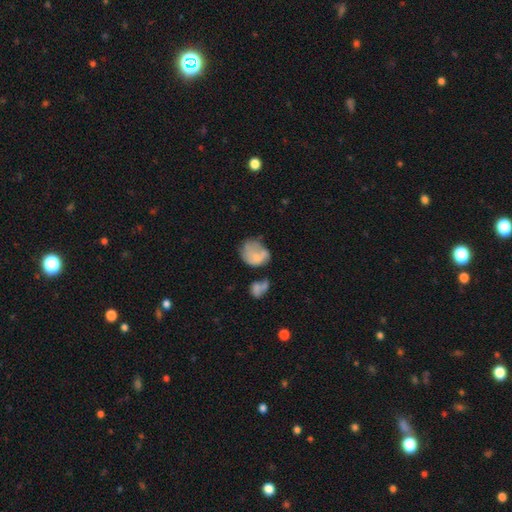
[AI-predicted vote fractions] smooth-or-featured: smooth: 60% | featured or disk: 31% | star or artifact: 9%
  how-rounded: in between: 51% | round: 48% | cigar-shaped: 1%
  merging: none: 28% | minor disturbance: 25% | major disturbance: 24% | merger: 22%